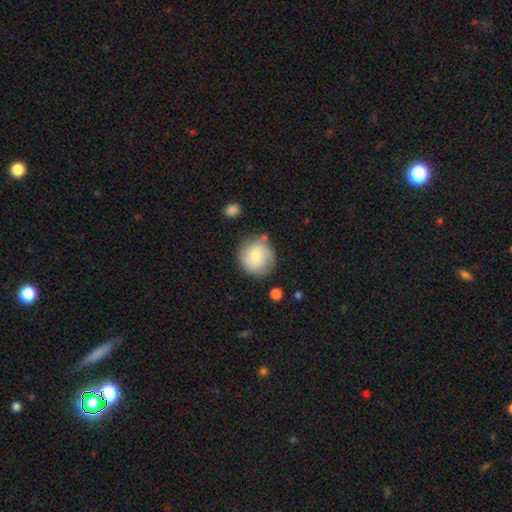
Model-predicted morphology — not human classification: Smooth or featured?
  - smooth: 63% *
  - featured or disk: 30%
  - star or artifact: 7%
How rounded?
  - round: 91% *
  - in between: 8%
  - cigar-shaped: 1%
Merging?
  - none: 73% *
  - minor disturbance: 17%
  - merger: 5%
  - major disturbance: 5%